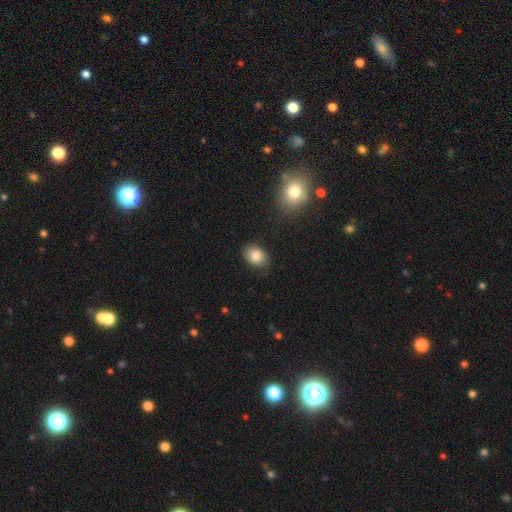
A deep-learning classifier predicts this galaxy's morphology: Q: Smooth or featured?
A: smooth (84%); runner-up: star or artifact (9%)
Q: How rounded?
A: in between (66%); runner-up: round (33%)
Q: Merging?
A: none (83%); runner-up: minor disturbance (12%)